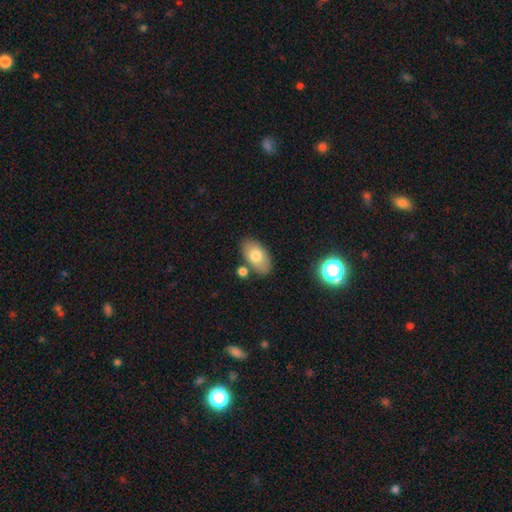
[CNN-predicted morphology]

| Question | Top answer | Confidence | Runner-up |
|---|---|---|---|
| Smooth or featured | smooth | 74% | featured or disk (18%) |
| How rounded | in between | 93% | round (5%) |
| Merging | none | 76% | minor disturbance (12%) |